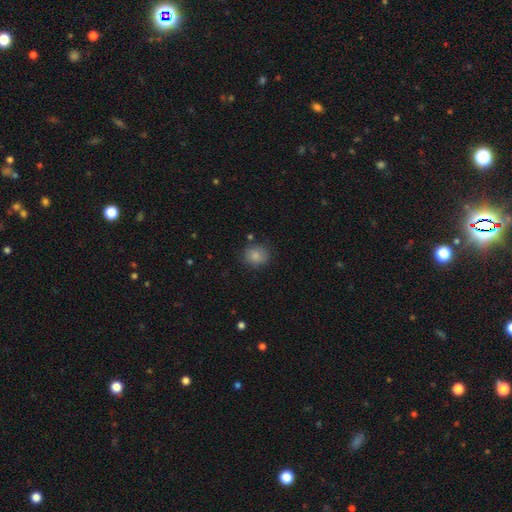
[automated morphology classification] smooth-or-featured: smooth: 83% | star or artifact: 9% | featured or disk: 8%
  how-rounded: round: 76% | in between: 23% | cigar-shaped: 1%
  merging: none: 80% | minor disturbance: 14% | major disturbance: 3% | merger: 3%